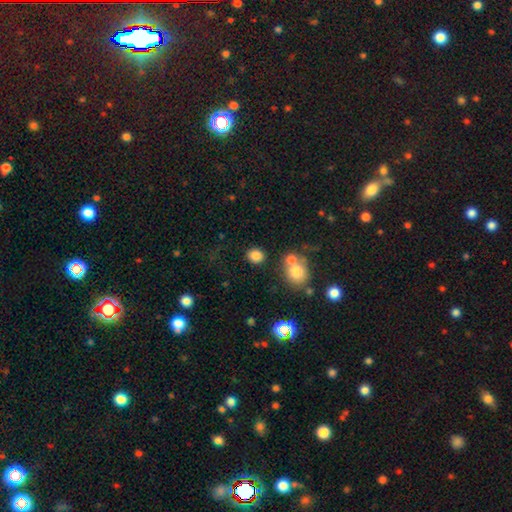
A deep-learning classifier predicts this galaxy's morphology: Q: Smooth or featured?
A: smooth (82%); runner-up: star or artifact (12%)
Q: How rounded?
A: round (75%); runner-up: in between (24%)
Q: Merging?
A: none (77%); runner-up: merger (10%)